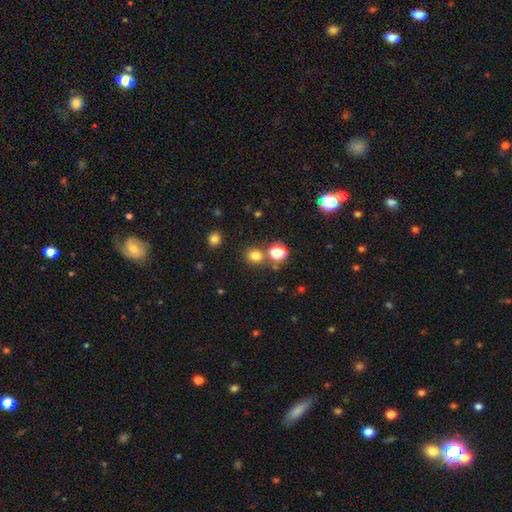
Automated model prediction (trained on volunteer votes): A smooth galaxy with no disk features (78%) that is round (76%).

Vote fractions:
- Smooth or featured? smooth: 78% / star or artifact: 17% / featured or disk: 5%
- How rounded? round: 76% / in between: 23% / cigar-shaped: 1%
- Merging? none: 72% / merger: 16% / minor disturbance: 8% / major disturbance: 3%